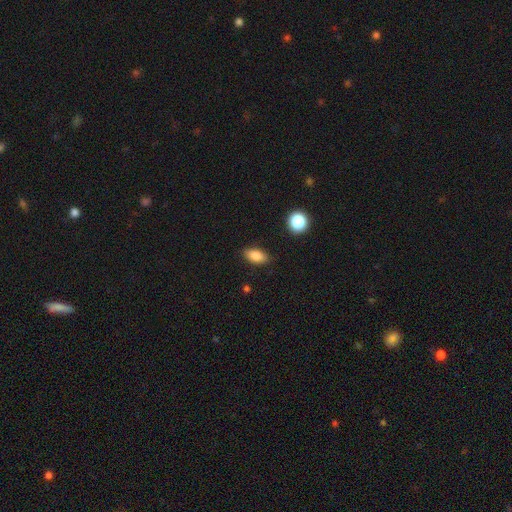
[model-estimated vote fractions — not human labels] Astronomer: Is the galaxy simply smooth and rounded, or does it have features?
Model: smooth — 86%.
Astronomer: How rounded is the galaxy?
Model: in between — 89%.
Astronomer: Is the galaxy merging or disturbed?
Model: none — 85%.